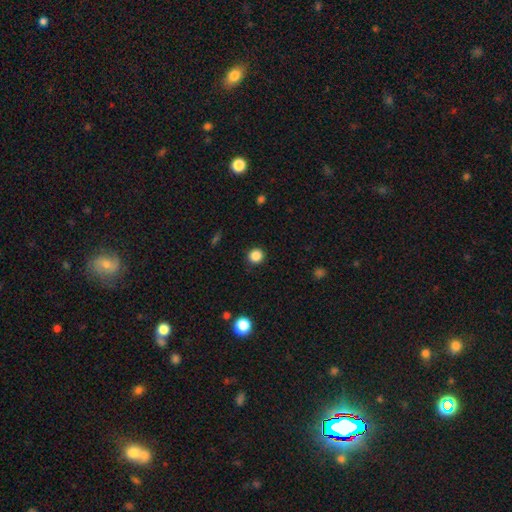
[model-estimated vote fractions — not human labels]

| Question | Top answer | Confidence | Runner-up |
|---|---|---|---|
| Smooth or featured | smooth | 86% | star or artifact (11%) |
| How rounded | round | 93% | in between (6%) |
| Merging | none | 91% | minor disturbance (6%) |